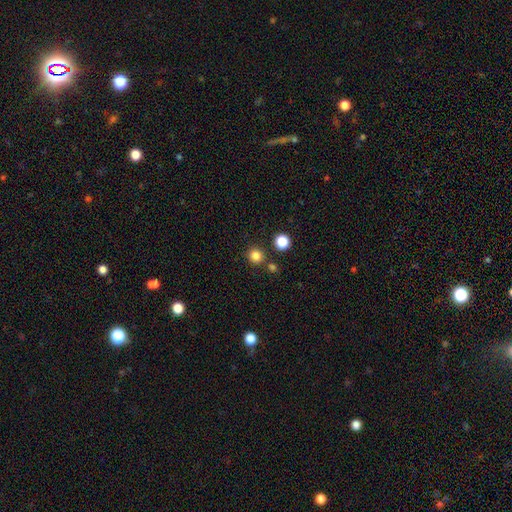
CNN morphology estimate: smooth-or-featured: smooth: 83% | star or artifact: 13% | featured or disk: 4%
  how-rounded: round: 92% | in between: 7% | cigar-shaped: 1%
  merging: none: 84% | merger: 8% | minor disturbance: 6% | major disturbance: 2%